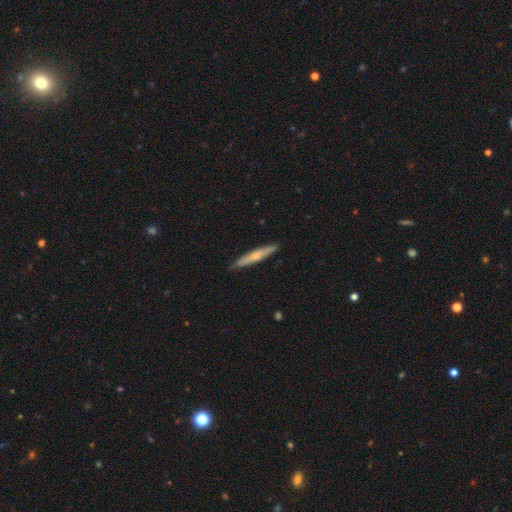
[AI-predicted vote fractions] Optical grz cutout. It shows a smooth galaxy with no disk features (53%) that is cigar-shaped (93%). Merging: none (88%).